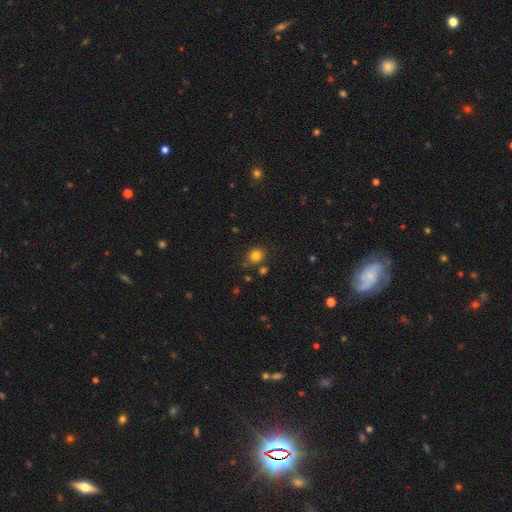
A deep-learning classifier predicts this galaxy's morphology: smooth 81%, star or artifact 13%, featured or disk 5%. Down the decision tree: how rounded — round (78%); merging — none (80%).